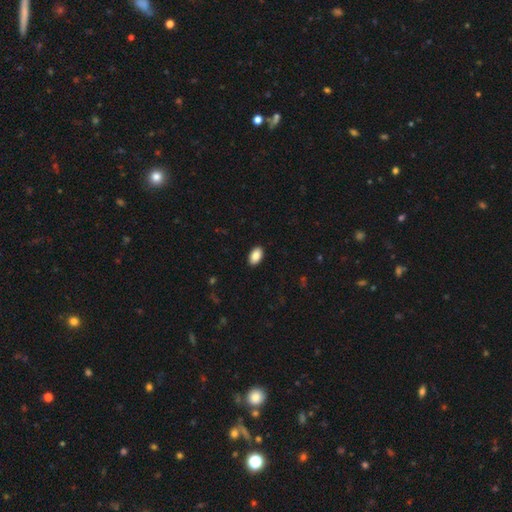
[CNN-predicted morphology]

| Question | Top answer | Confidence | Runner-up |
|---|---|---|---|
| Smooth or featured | smooth | 88% | star or artifact (7%) |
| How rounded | in between | 93% | round (6%) |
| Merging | none | 90% | minor disturbance (7%) |